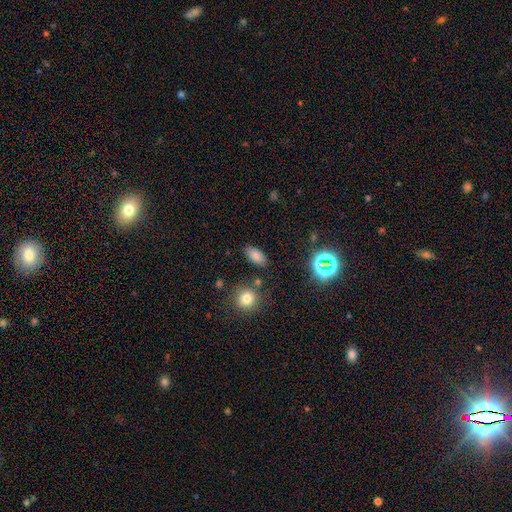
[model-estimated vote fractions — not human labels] Morphology: type=smooth (79%); roundness=in between (89%); merging=none (83%).